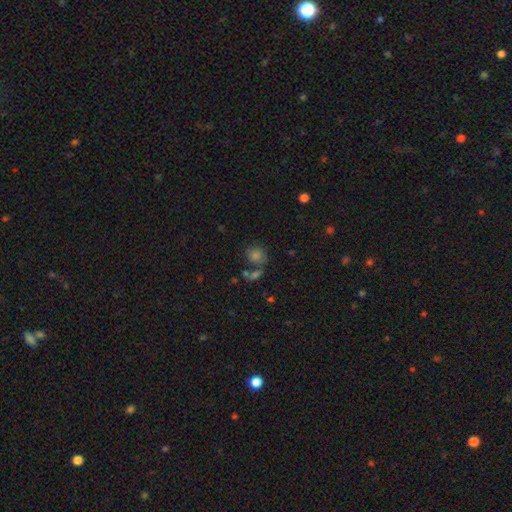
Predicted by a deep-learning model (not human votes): Smooth or featured? Predicted: smooth (p=0.64). How rounded? Predicted: round (p=0.81). Merging? Predicted: none (p=0.61).